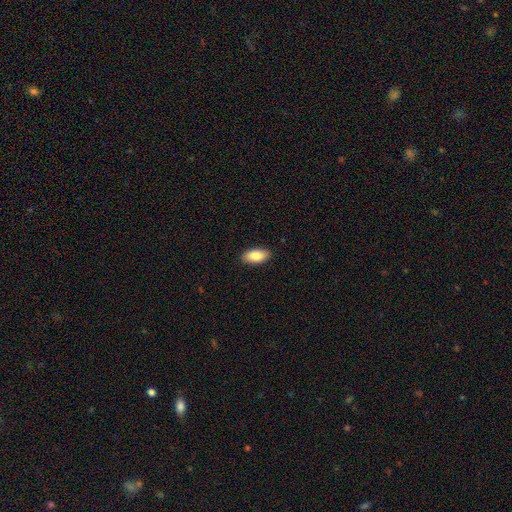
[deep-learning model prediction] Morphology: type=smooth (86%); roundness=in between (92%); merging=none (90%).